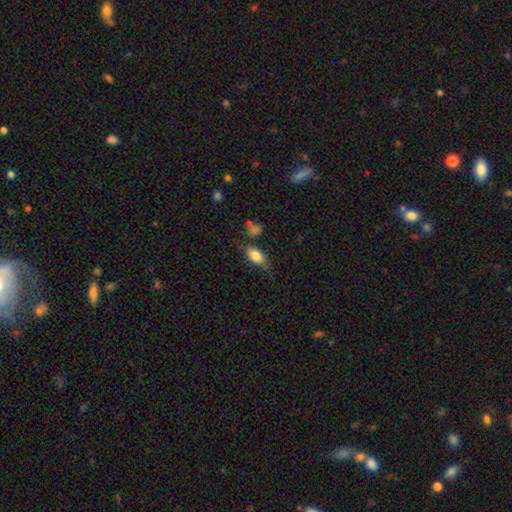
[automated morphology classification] The model was most divided on "merging": none: 55%, minor disturbance: 30%, major disturbance: 10%, merger: 5%. More confident: how rounded — in between (87%); smooth or featured — smooth (81%).